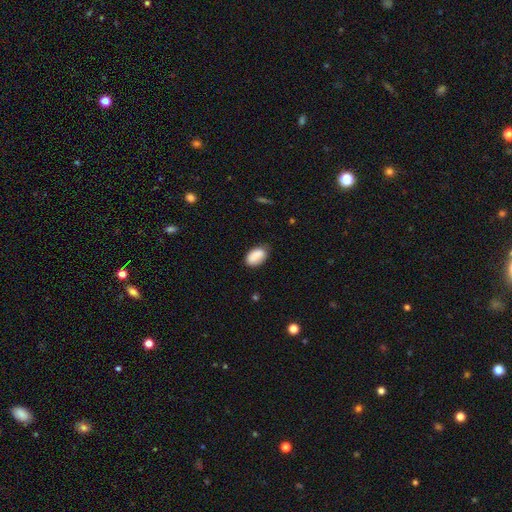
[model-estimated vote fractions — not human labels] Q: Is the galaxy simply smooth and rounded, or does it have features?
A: smooth — 88%.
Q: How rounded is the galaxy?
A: in between — 93%.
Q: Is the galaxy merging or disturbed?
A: none — 73%.